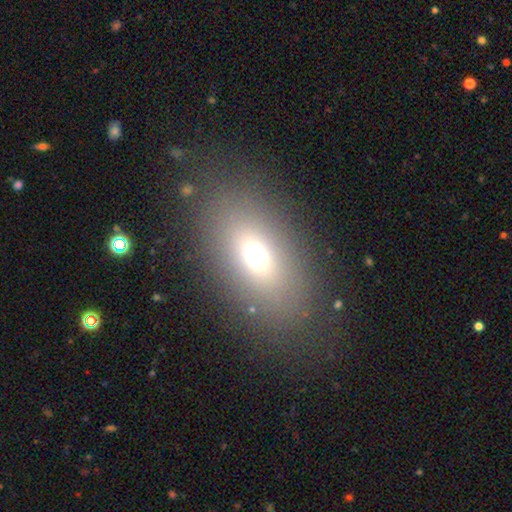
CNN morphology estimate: Smooth or featured?
  - smooth: 66% *
  - star or artifact: 17%
  - featured or disk: 17%
How rounded?
  - in between: 81% *
  - round: 15%
  - cigar-shaped: 4%
Merging?
  - none: 81% *
  - minor disturbance: 9%
  - major disturbance: 7%
  - merger: 2%